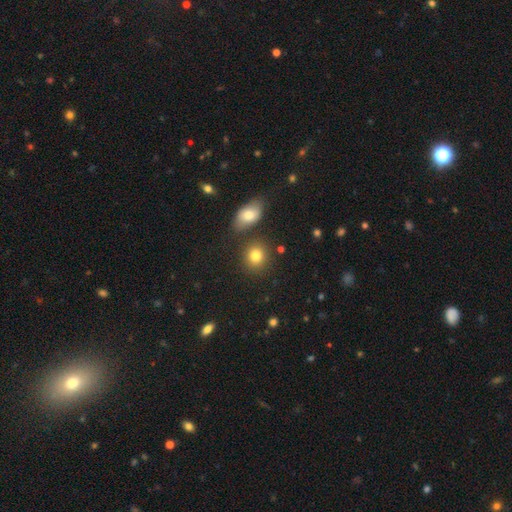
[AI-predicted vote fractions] The model was most divided on "how rounded": round: 76%, in between: 23%, cigar-shaped: 1%. More confident: smooth or featured — smooth (81%); merging — none (78%).